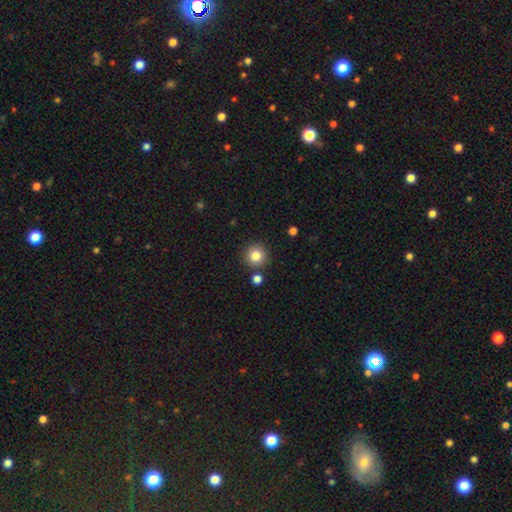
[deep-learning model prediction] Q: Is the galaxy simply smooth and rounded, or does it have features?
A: smooth — 83%.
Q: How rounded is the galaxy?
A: round — 95%.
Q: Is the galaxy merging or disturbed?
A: none — 86%.